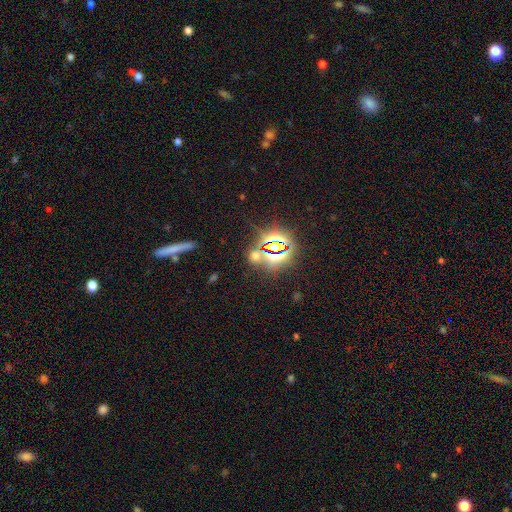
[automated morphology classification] type=star or artifact (64%).